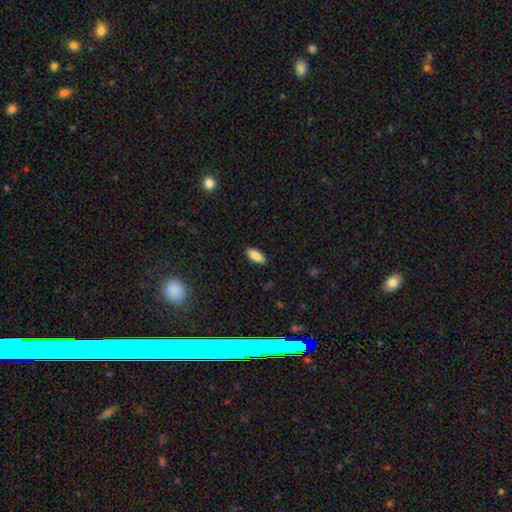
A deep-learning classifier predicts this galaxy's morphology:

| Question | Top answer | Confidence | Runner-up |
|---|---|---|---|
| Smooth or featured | smooth | 86% | featured or disk (8%) |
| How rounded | in between | 83% | cigar-shaped (15%) |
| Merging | none | 88% | minor disturbance (9%) |